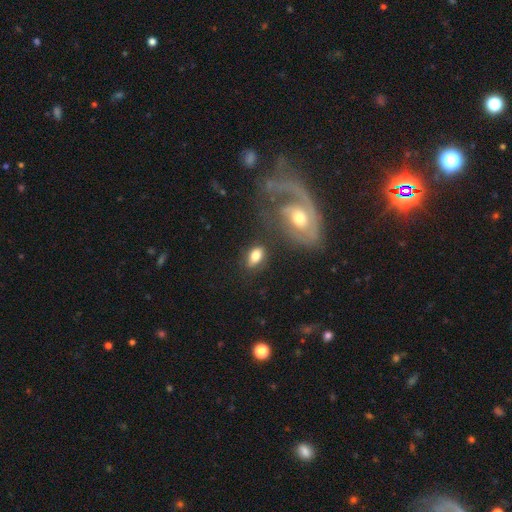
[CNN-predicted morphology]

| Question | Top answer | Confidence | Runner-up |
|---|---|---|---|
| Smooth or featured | smooth | 76% | featured or disk (17%) |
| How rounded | in between | 87% | round (10%) |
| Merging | none | 70% | minor disturbance (16%) |